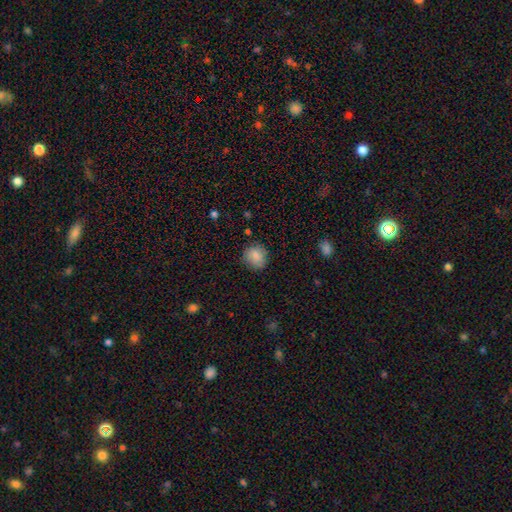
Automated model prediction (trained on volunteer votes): Smooth or featured?
  - smooth: 84% *
  - star or artifact: 8%
  - featured or disk: 7%
How rounded?
  - round: 80% *
  - in between: 19%
  - cigar-shaped: 1%
Merging?
  - none: 81% *
  - minor disturbance: 15%
  - major disturbance: 3%
  - merger: 1%